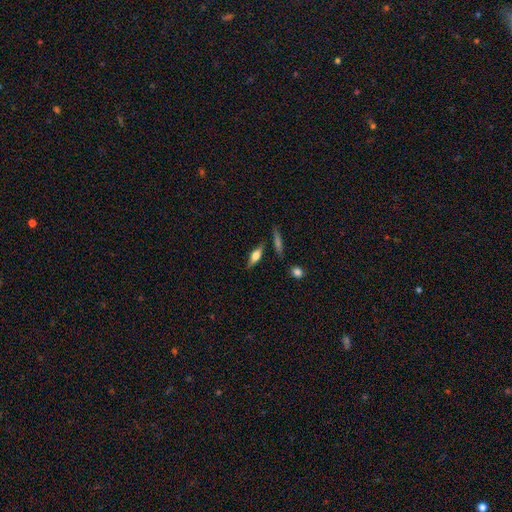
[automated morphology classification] smooth_or_featured: featured or disk (p=0.51) [alt: smooth p=0.41]
disk_edge_on: yes (p=0.93) [alt: no p=0.07]
merging: none (p=0.80) [alt: minor disturbance p=0.12]